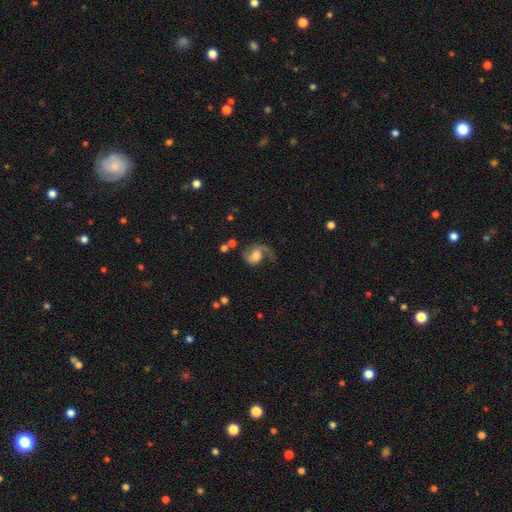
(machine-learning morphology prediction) smooth-or-featured: featured or disk: 72% | smooth: 21% | star or artifact: 8%
  disk-edge-on: no: 98% | yes: 2%
    bar: no: 56% | weak: 36% | strong: 8%
    has-spiral-arms: yes: 93% | no: 7%
      spiral-winding: loose: 52% | medium: 38% | tight: 11%
      spiral-arm-count: 2: 52% | 1: 43% | can't tell: 3% | 3: 1% | 4: 1% | more than 4: 1%
    bulge-size: moderate: 45% | large: 29% | small: 15% | none: 7% | dominant: 4%
  merging: none: 44% | major disturbance: 32% | minor disturbance: 20% | merger: 5%